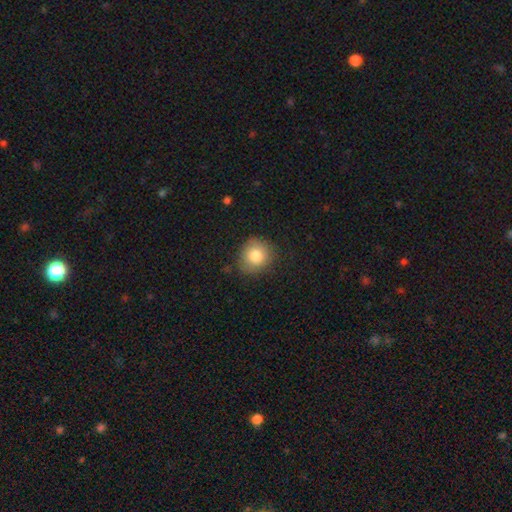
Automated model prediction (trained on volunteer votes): A smooth galaxy with no disk features (81%) that is round (84%).

Vote fractions:
- Smooth or featured? smooth: 81% / featured or disk: 10% / star or artifact: 10%
- How rounded? round: 84% / in between: 15% / cigar-shaped: 1%
- Merging? none: 81% / minor disturbance: 14% / major disturbance: 4% / merger: 1%